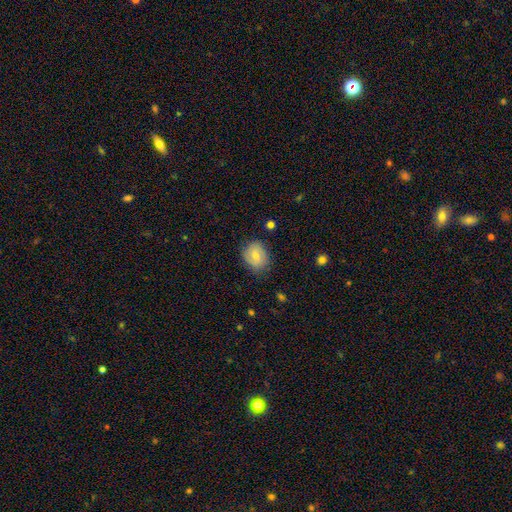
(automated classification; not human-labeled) A smooth galaxy with no disk features (59%) that is round (54%). Merging: none (73%).